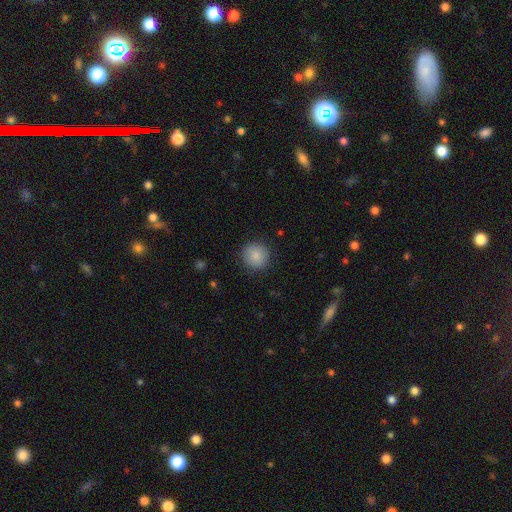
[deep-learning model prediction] smooth 88%, star or artifact 8%, featured or disk 5%. Down the decision tree: how rounded — round (92%); merging — none (89%).